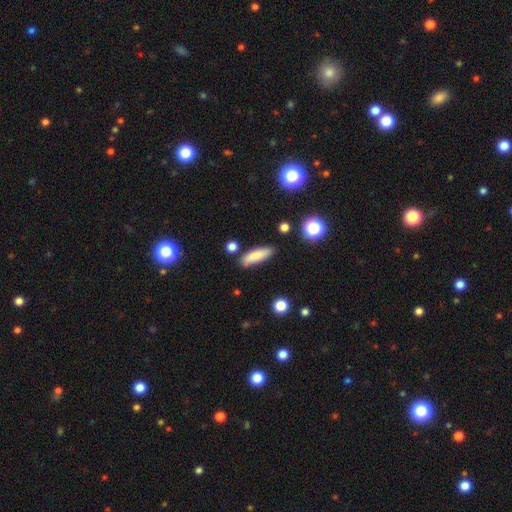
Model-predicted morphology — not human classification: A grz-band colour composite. It shows a smooth galaxy with no disk features (83%) that is cigar-shaped (58%). Merging: none (82%).